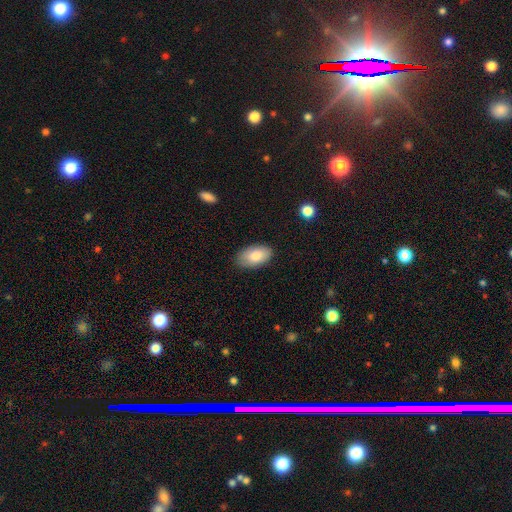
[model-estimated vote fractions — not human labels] Smooth or featured? smooth (81%)
How rounded? in between (94%)
Merging? none (84%)